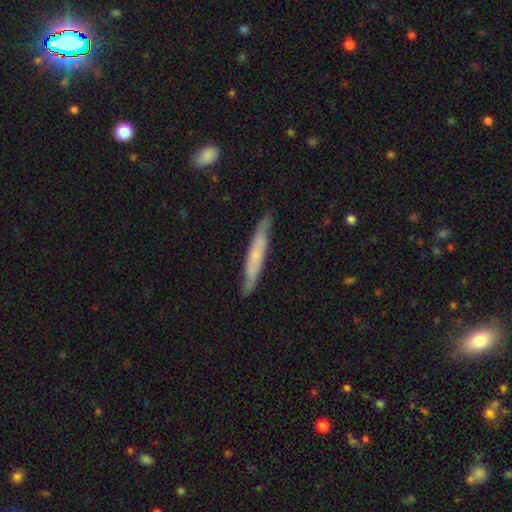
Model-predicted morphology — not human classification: Smooth or featured? Predicted: smooth (p=0.50). Merging? Predicted: none (p=0.83).